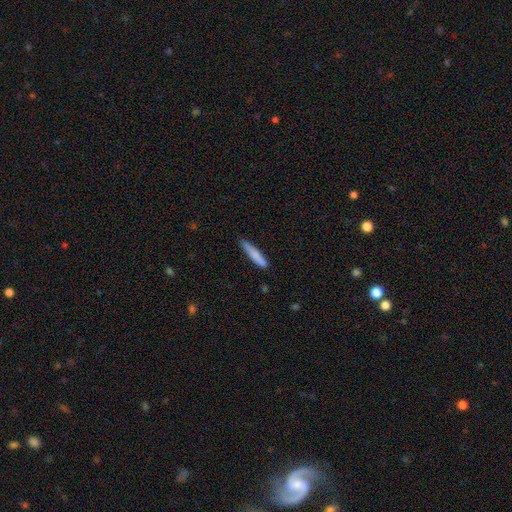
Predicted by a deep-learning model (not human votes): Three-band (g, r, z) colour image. It shows a smooth galaxy with no disk features (79%) that is cigar-shaped (91%). Merging: none (78%).